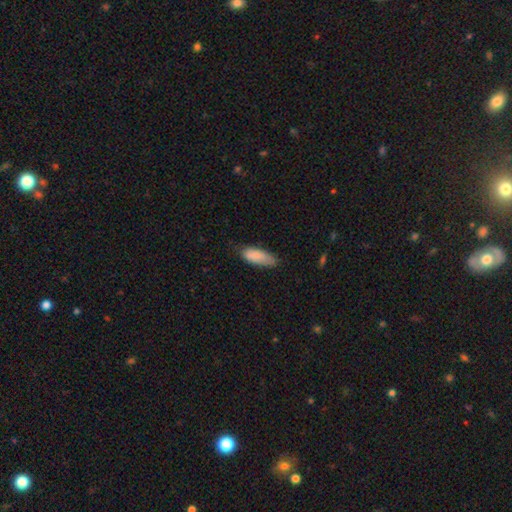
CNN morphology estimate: Overall: smooth (86%). How rounded: in between (72%). Merging: none (64%; minor disturbance 30%).